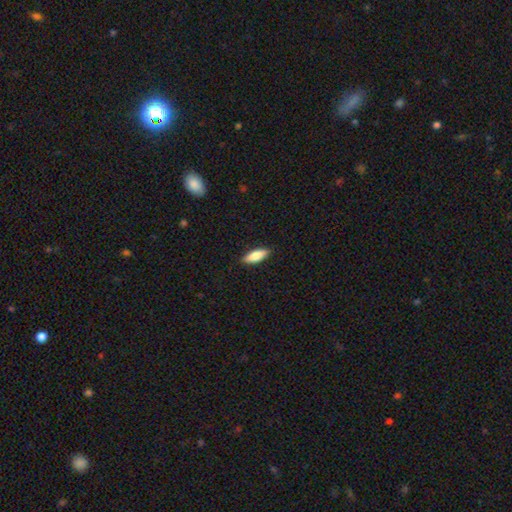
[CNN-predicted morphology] Smooth or featured? Predicted: smooth (p=0.80). How rounded? Predicted: in between (p=0.63). Merging? Predicted: none (p=0.89).